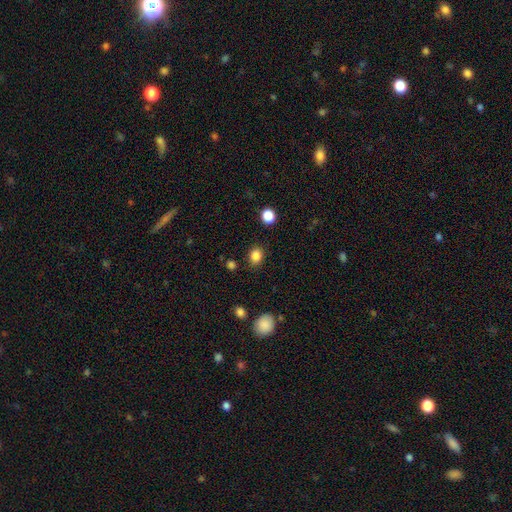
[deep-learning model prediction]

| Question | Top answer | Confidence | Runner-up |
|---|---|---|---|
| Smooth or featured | smooth | 85% | star or artifact (11%) |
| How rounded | round | 58% | in between (41%) |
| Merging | none | 84% | minor disturbance (10%) |